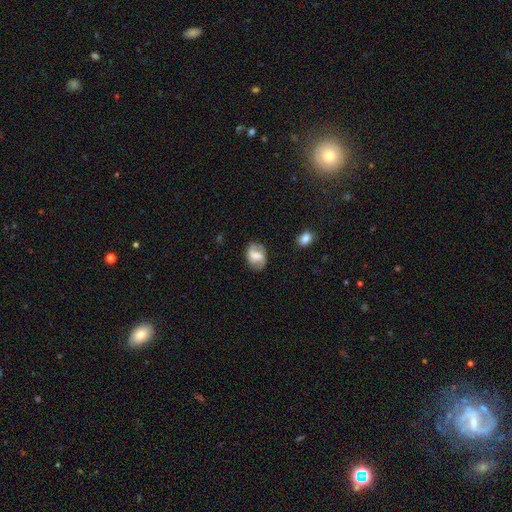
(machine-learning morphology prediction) This appears to be a featured or disk galaxy (48%). Merging: none (70%).